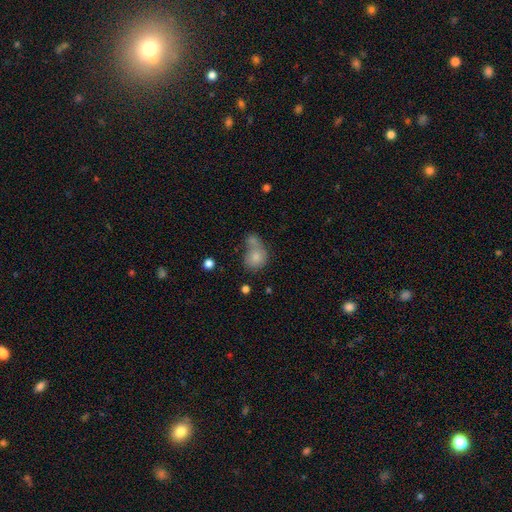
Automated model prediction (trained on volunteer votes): A smooth galaxy with no disk features (76%) that is round (62%).

Vote fractions:
- Smooth or featured? smooth: 76% / featured or disk: 14% / star or artifact: 9%
- How rounded? round: 62% / in between: 37% / cigar-shaped: 1%
- Merging? merger: 49% / none: 32% / minor disturbance: 12% / major disturbance: 7%